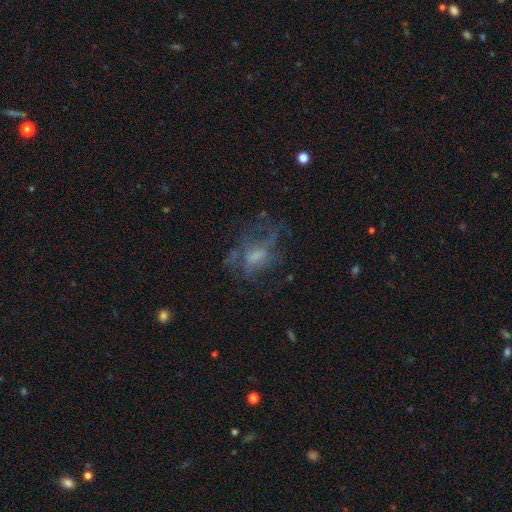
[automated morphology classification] featured or disk 50%, smooth 32%, star or artifact 18%. Down the decision tree: merging — none (40%).